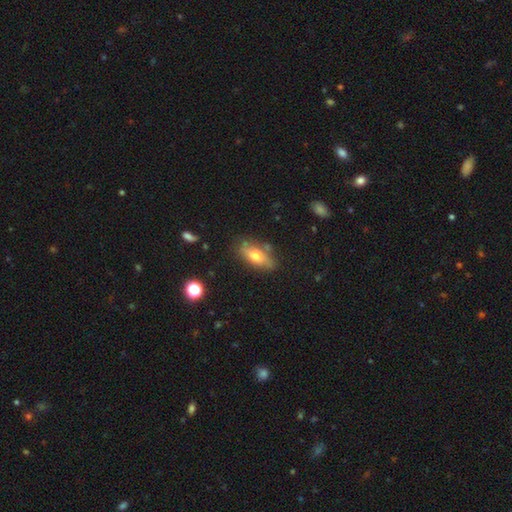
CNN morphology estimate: Smooth or featured: smooth — 60% (featured or disk — 31%)
How rounded: in between — 77% (cigar-shaped — 19%)
Merging: none — 71% (minor disturbance — 19%)